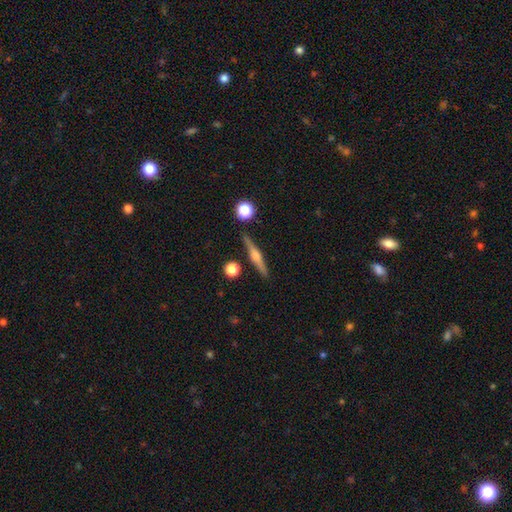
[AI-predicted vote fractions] This appears to be a featured or disk galaxy (67%) viewed edge-on (97%) with a rounded central bulge (87%). Merging: none (87%).